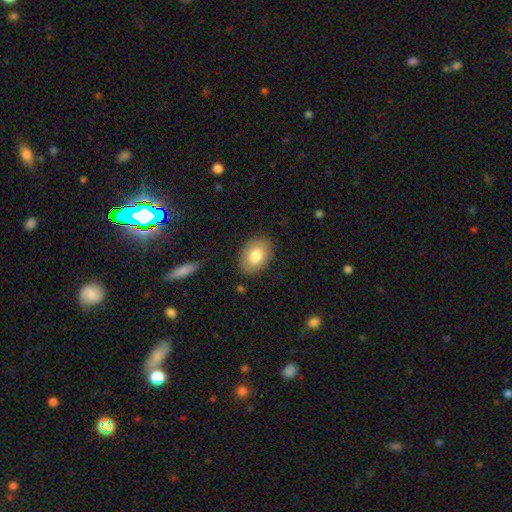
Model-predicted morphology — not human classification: The model was most divided on "how rounded": in between: 82%, round: 17%, cigar-shaped: 1%. More confident: merging — none (85%); smooth or featured — smooth (80%).